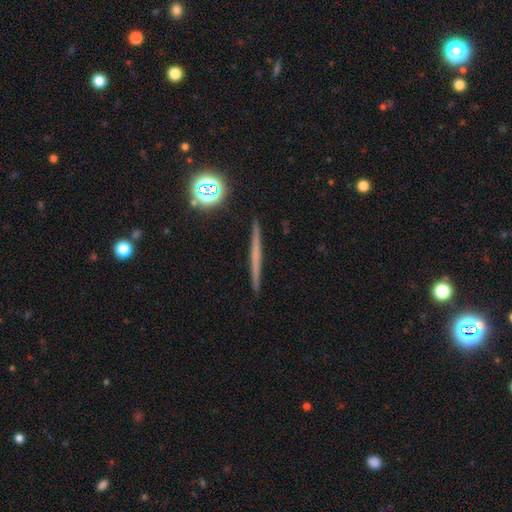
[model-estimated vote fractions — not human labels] This is possibly a featured or disk galaxy (52%). It is clearly viewed edge-on (97%). Edge-on bulge: clearly none (87%). Merging: clearly none (92%).